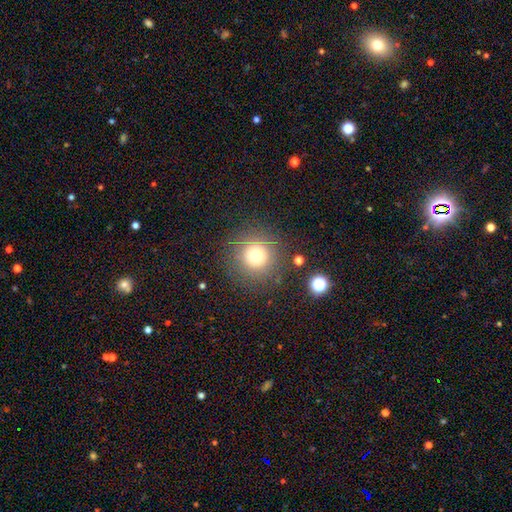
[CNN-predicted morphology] Smooth or featured? smooth (71%)
How rounded? round (95%)
Merging? none (85%)